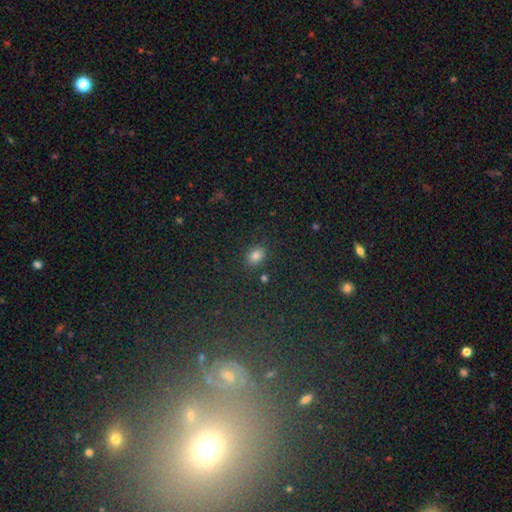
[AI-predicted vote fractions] smooth 80%, star or artifact 14%, featured or disk 6%. Down the decision tree: how rounded — in between (65%); merging — none (86%).